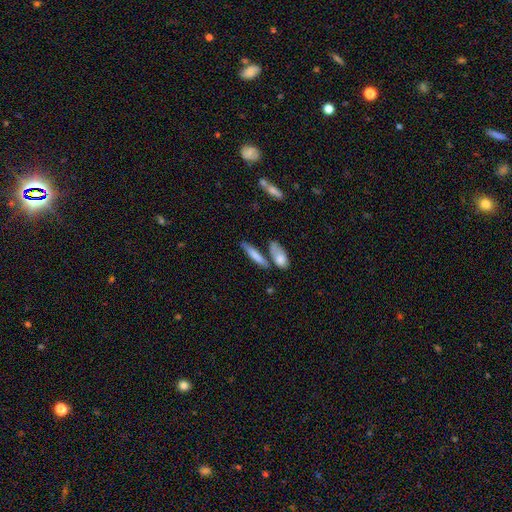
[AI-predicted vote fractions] smooth 72%, featured or disk 21%, star or artifact 6%. Down the decision tree: how rounded — cigar-shaped (78%); merging — none (61%).